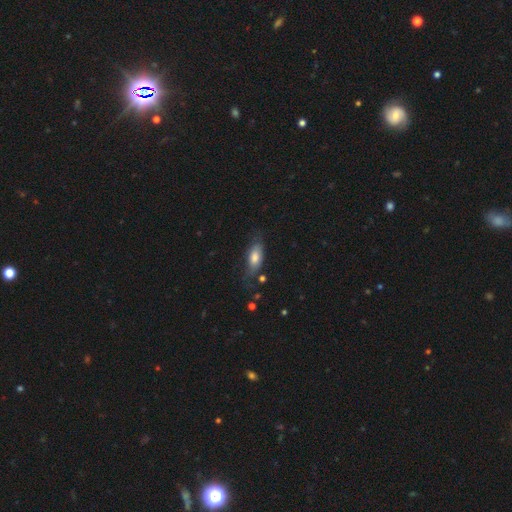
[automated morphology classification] The model was most divided on "merging": none: 65%, minor disturbance: 24%, major disturbance: 8%, merger: 2%. More confident: how rounded — in between (75%); smooth or featured — smooth (69%).